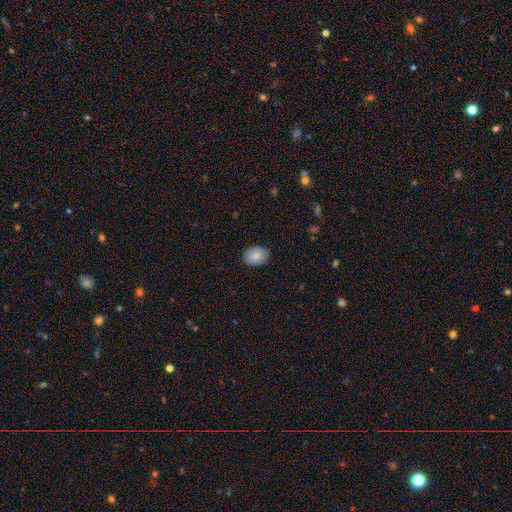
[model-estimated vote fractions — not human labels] Morphology: type=smooth (86%); roundness=in between (72%); merging=none (88%).